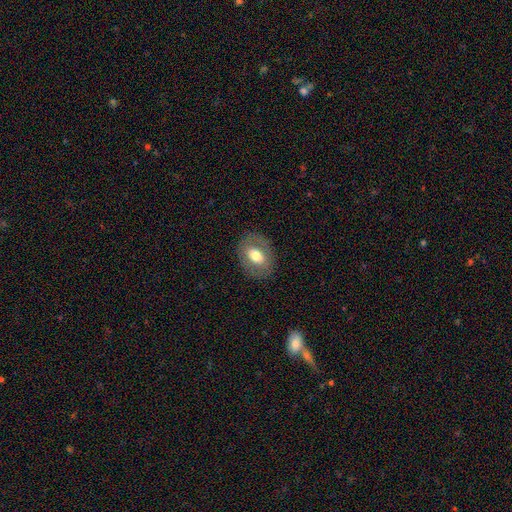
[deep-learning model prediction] Smooth or featured: smooth — 60% (featured or disk — 33%)
How rounded: in between — 72% (round — 27%)
Merging: none — 83% (minor disturbance — 11%)